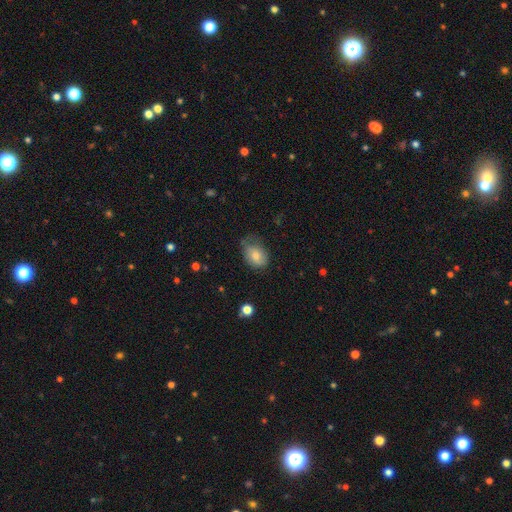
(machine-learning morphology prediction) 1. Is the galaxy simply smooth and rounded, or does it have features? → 75% smooth, 17% featured or disk, 8% star or artifact.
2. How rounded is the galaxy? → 74% in between, 25% round, 1% cigar-shaped.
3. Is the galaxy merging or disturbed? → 46% none, 38% minor disturbance, 15% major disturbance, 2% merger.